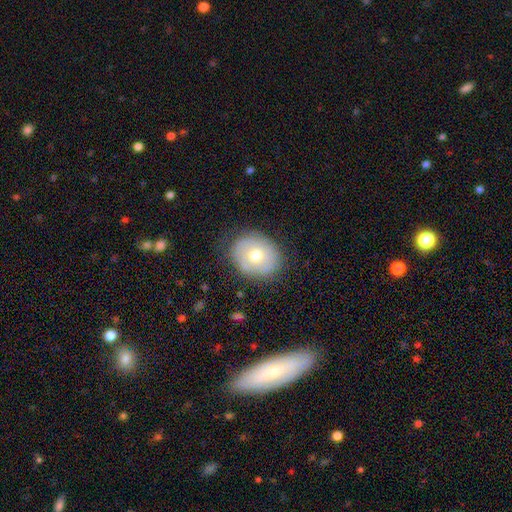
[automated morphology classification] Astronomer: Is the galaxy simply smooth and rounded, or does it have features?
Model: smooth — 59%.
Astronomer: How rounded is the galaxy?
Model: round — 61% (runner-up: in between, 38%).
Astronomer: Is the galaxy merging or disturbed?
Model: none — 78%.